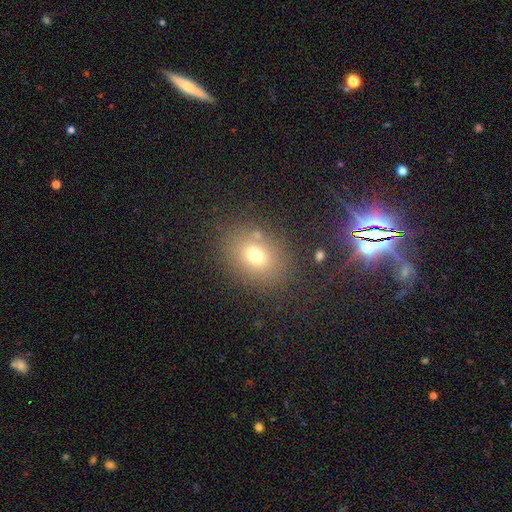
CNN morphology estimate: This is likely a smooth galaxy (70%). How rounded: possibly in between (55%). Merging: likely none (79%).